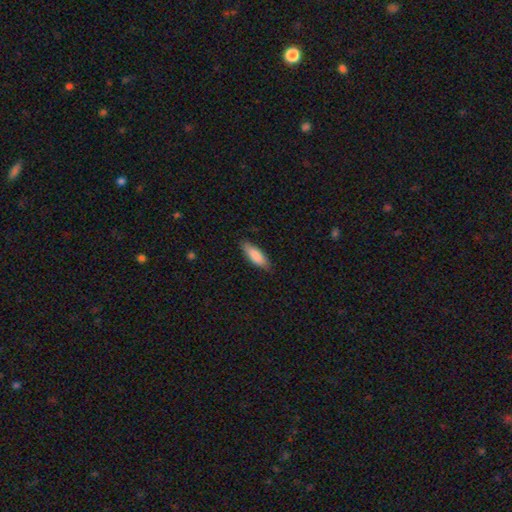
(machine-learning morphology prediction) Overall: smooth (85%). How rounded: in between (61%; cigar-shaped 37%). Merging: none (81%).